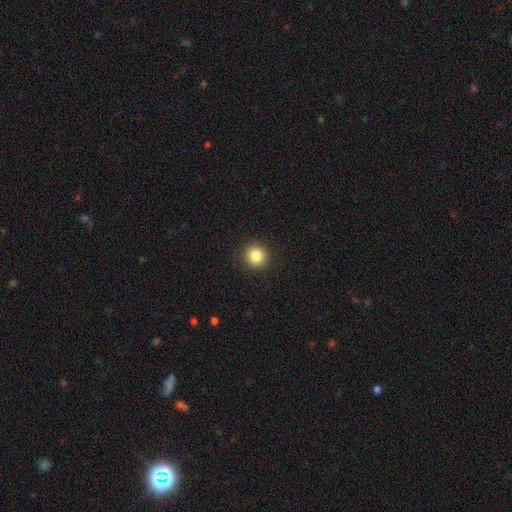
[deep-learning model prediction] Smooth or featured? Predicted: smooth (p=0.85). How rounded? Predicted: round (p=0.94). Merging? Predicted: none (p=0.91).